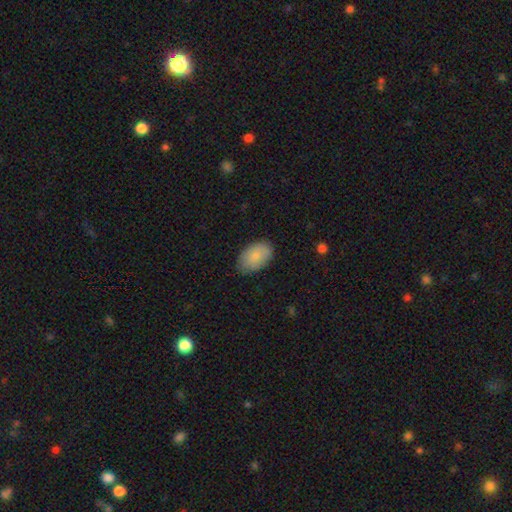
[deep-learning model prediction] Smooth or featured: smooth — 84% (featured or disk — 10%)
How rounded: in between — 92% (round — 7%)
Merging: none — 82% (minor disturbance — 14%)